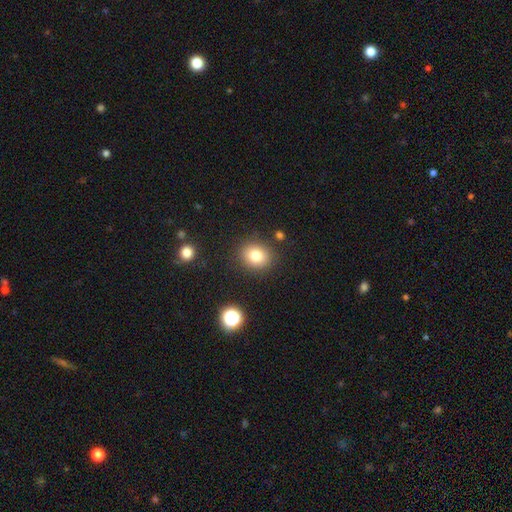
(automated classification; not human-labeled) Smooth or featured? Predicted: smooth (p=0.80). How rounded? Predicted: round (p=0.71). Merging? Predicted: none (p=0.86).